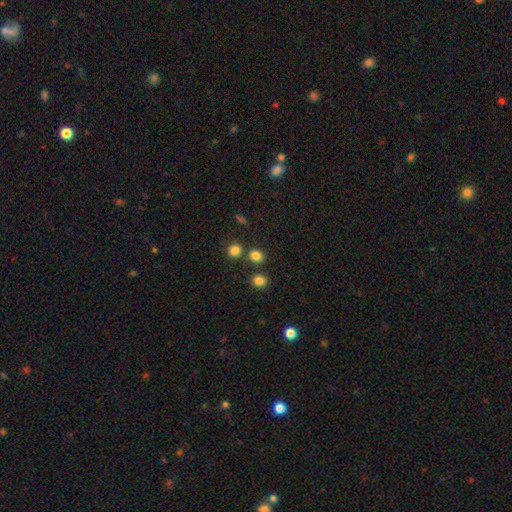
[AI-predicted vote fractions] smooth_or_featured: smooth (p=0.81) [alt: star or artifact p=0.14]
how_rounded: round (p=0.70) [alt: in between p=0.29]
merging: none (p=0.74) [alt: merger p=0.15]